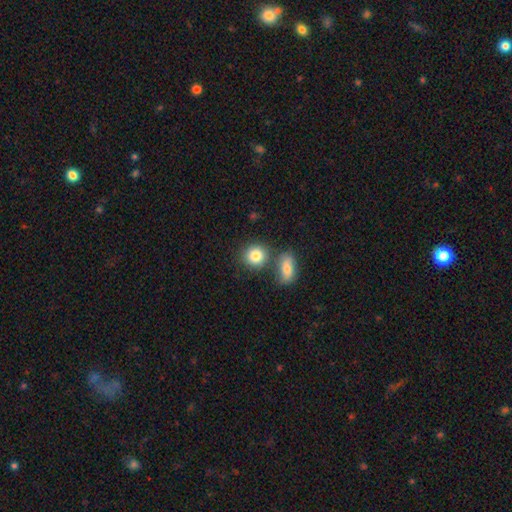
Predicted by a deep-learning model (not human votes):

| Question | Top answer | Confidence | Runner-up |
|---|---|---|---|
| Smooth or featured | smooth | 83% | featured or disk (8%) |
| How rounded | round | 76% | in between (23%) |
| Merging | none | 63% | merger (23%) |